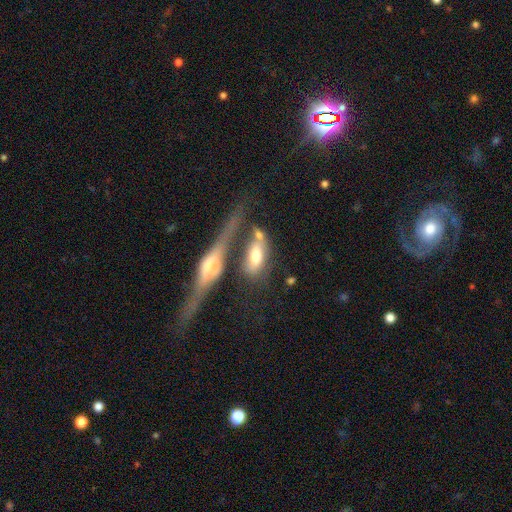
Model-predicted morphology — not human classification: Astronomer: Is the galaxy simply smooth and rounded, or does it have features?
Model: smooth — 56% (runner-up: featured or disk, 36%).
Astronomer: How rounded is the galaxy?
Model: in between — 79%.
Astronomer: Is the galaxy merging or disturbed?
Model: none — 39% (runner-up: merger, 30%).